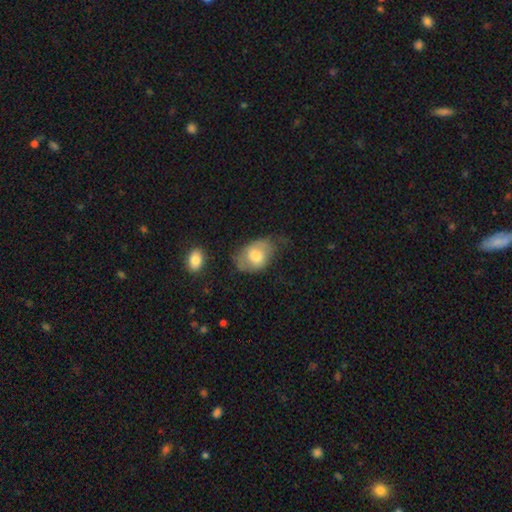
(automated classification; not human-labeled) Smooth or featured?
  - smooth: 66% *
  - featured or disk: 27%
  - star or artifact: 7%
How rounded?
  - in between: 80% *
  - round: 19%
  - cigar-shaped: 1%
Merging?
  - none: 45% *
  - minor disturbance: 34%
  - major disturbance: 18%
  - merger: 3%